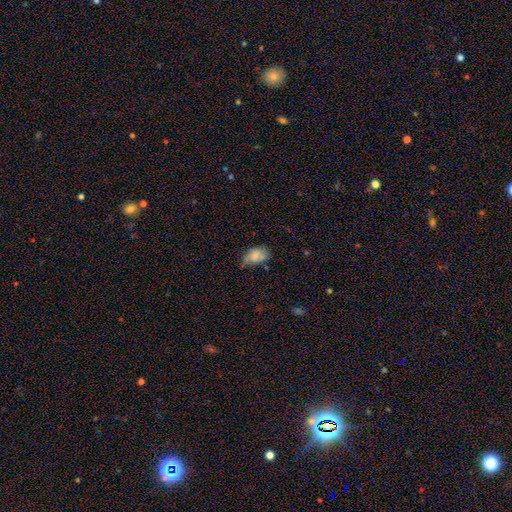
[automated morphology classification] smooth_or_featured: smooth (p=0.74) [alt: featured or disk p=0.16]
how_rounded: in between (p=0.85) [alt: round p=0.13]
merging: none (p=0.42) [alt: minor disturbance p=0.40]